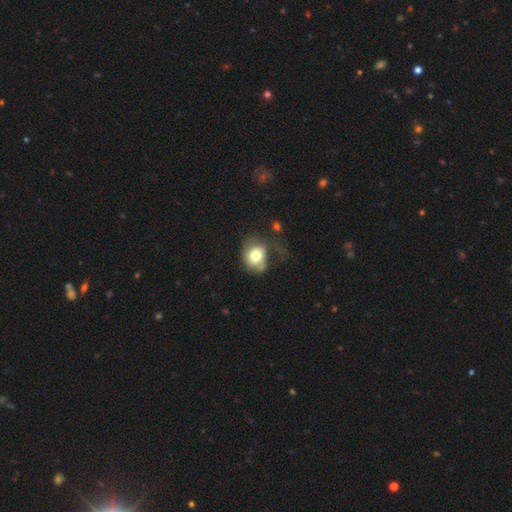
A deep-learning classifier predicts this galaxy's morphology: A smooth galaxy with no disk features (72%) that is round (56%). Merging: major disturbance (34%).